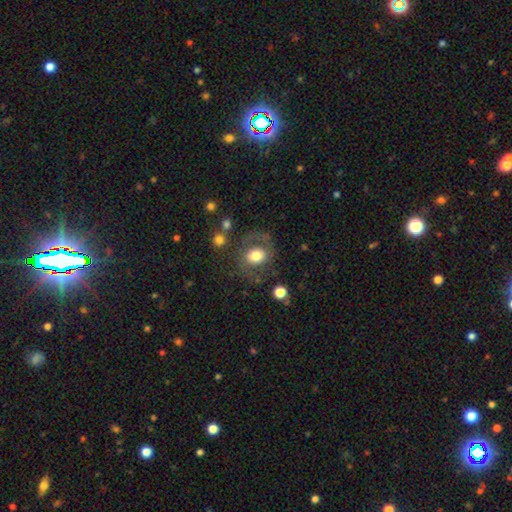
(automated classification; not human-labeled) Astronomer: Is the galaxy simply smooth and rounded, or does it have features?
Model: smooth — 65%.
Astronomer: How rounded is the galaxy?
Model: round — 61% (runner-up: in between, 38%).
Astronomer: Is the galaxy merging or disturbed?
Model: none — 64%.